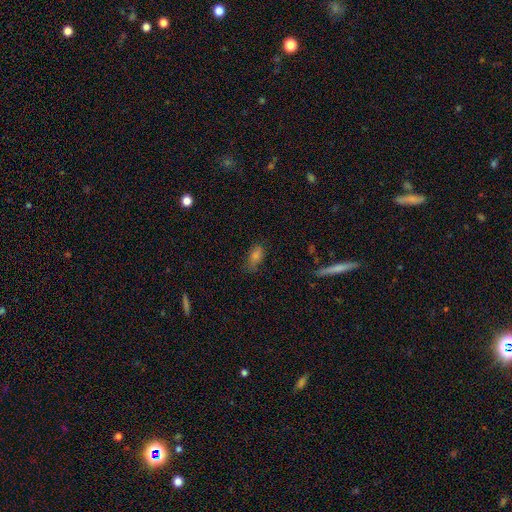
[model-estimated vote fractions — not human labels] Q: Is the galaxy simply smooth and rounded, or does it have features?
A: smooth — 66%.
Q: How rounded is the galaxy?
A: in between — 76%.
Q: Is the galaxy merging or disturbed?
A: none — 72%.